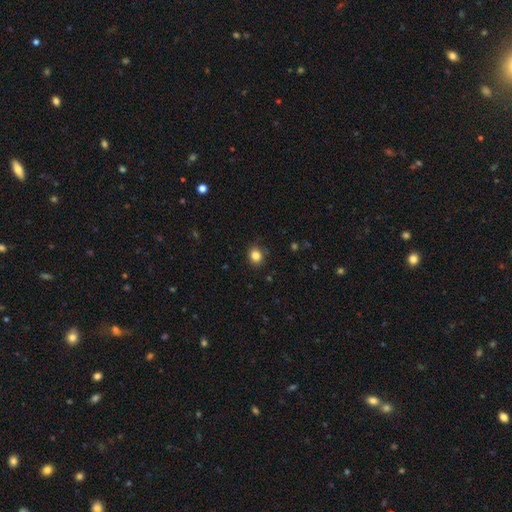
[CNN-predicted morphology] Smooth or featured: smooth — 84% (star or artifact — 11%)
How rounded: round — 72% (in between — 27%)
Merging: none — 85% (minor disturbance — 11%)